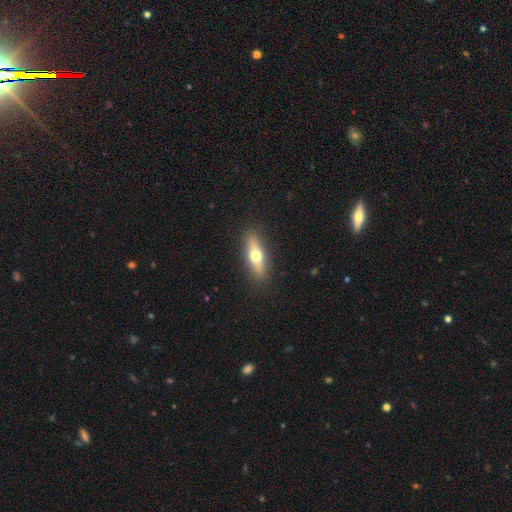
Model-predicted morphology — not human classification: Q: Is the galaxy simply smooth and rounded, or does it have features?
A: smooth — 50%.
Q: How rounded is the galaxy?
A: cigar-shaped — 53%.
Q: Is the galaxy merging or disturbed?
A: none — 89%.